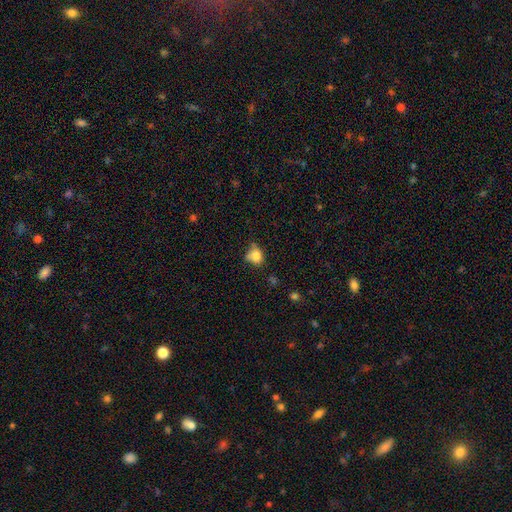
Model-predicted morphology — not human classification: Overall: smooth (79%). How rounded: round (57%; in between 42%). Merging: none (50%; minor disturbance 31%).